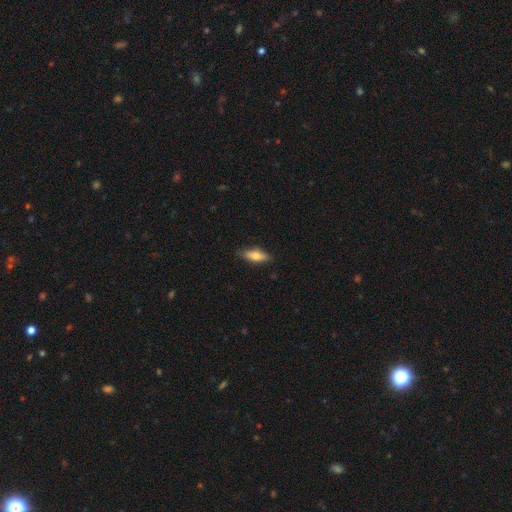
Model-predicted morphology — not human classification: Smooth or featured? Predicted: smooth (p=0.64). How rounded? Predicted: in between (p=0.58). Merging? Predicted: none (p=0.83).